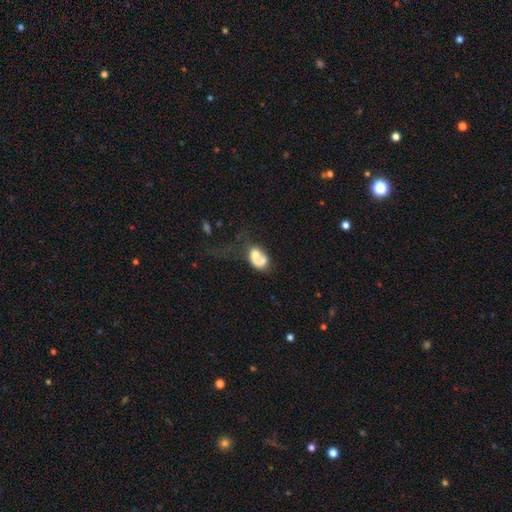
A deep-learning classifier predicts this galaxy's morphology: smooth_or_featured: smooth (p=0.55) [alt: featured or disk p=0.37]
how_rounded: in between (p=0.73) [alt: round p=0.25]
merging: major disturbance (p=0.32) [alt: merger p=0.31]